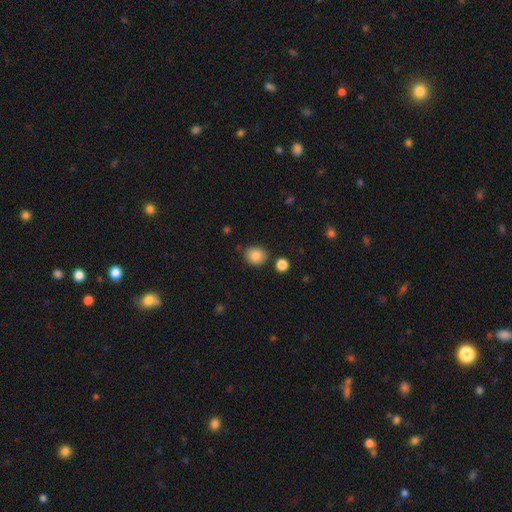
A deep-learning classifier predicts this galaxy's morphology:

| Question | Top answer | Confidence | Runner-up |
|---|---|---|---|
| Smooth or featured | smooth | 86% | star or artifact (9%) |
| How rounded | round | 76% | in between (23%) |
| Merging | none | 79% | minor disturbance (13%) |